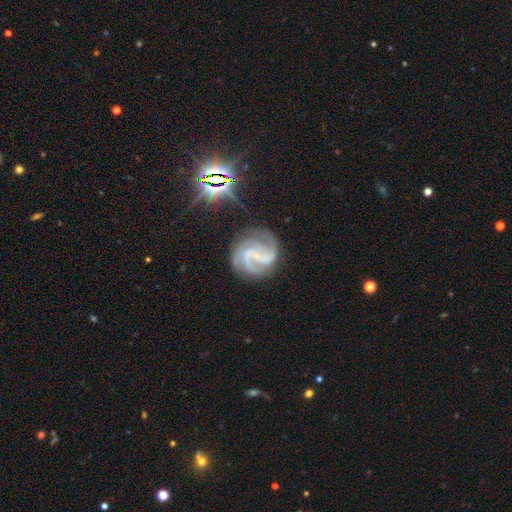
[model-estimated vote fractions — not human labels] Q: Smooth or featured?
A: featured or disk (87%); runner-up: star or artifact (7%)
Q: Edge-on disk?
A: no (98%); runner-up: yes (2%)
Q: Bar?
A: weak (43%); runner-up: no (32%)
Q: Spiral arms?
A: yes (98%); runner-up: no (2%)
Q: Spiral winding?
A: medium (53%); runner-up: tight (29%)
Q: Spiral arm count?
A: 2 (45%); runner-up: 3 (34%)
Q: Bulge size?
A: small (54%); runner-up: none (37%)
Q: Merging?
A: none (73%); runner-up: minor disturbance (16%)